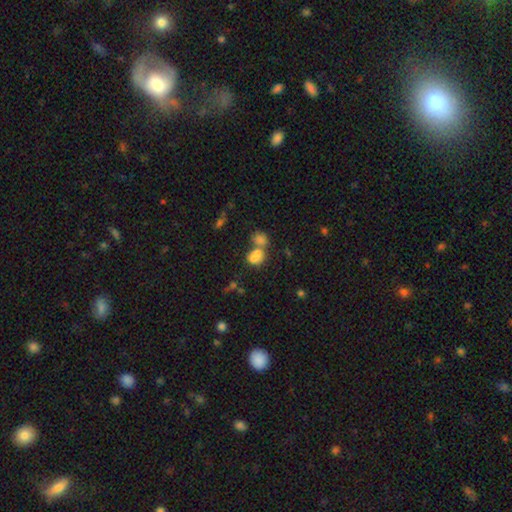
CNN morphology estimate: Q: Smooth or featured?
A: smooth (73%); runner-up: featured or disk (14%)
Q: How rounded?
A: round (53%); runner-up: in between (45%)
Q: Merging?
A: merger (60%); runner-up: none (27%)